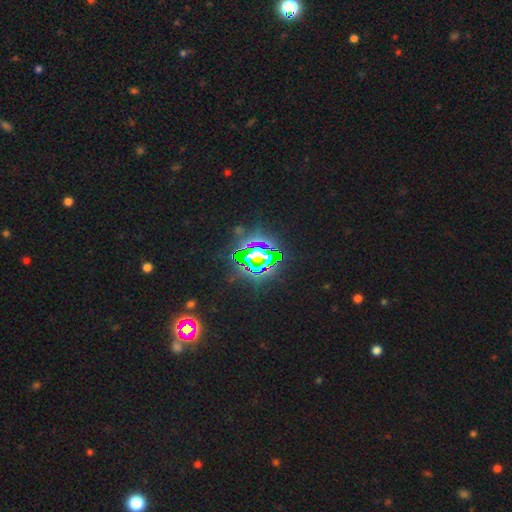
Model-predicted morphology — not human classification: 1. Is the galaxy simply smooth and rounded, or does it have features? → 77% star or artifact, 12% featured or disk, 10% smooth.